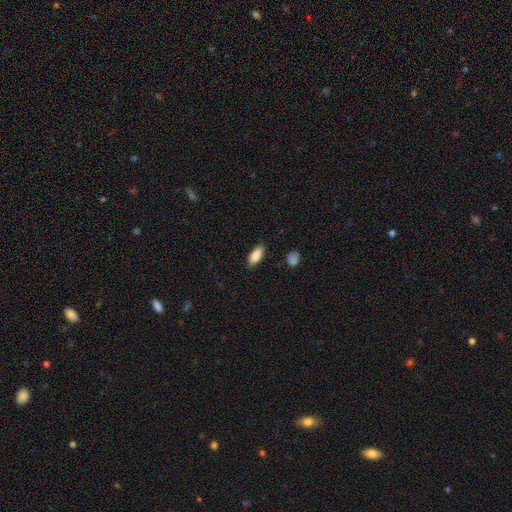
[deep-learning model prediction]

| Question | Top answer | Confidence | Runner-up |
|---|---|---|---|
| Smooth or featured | smooth | 87% | featured or disk (7%) |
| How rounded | in between | 84% | cigar-shaped (14%) |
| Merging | none | 82% | minor disturbance (14%) |